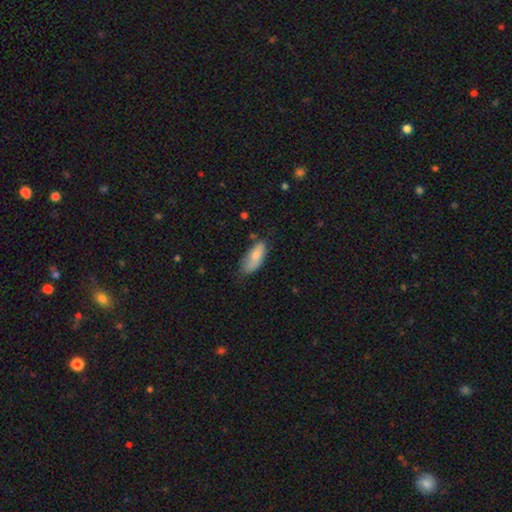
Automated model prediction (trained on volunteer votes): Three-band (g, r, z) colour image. It shows a smooth galaxy with no disk features (77%) that is in between round and cigar-shaped (84%). Merging: none (57%).